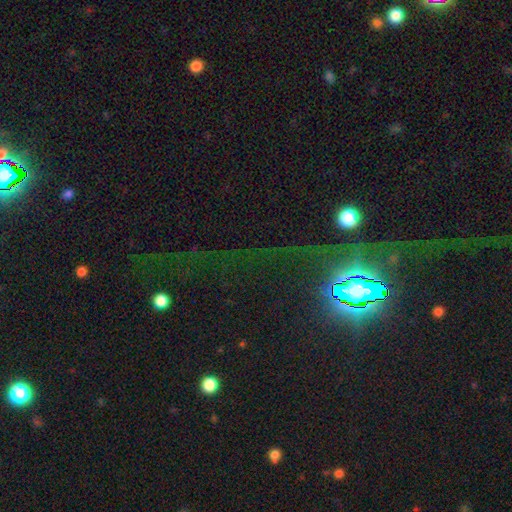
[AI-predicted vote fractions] Q: Smooth or featured?
A: star or artifact (78%); runner-up: smooth (12%)